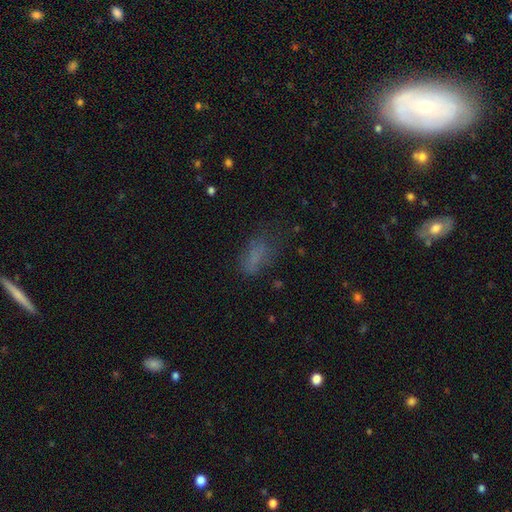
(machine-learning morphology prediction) A smooth galaxy with no disk features (66%) that is in between round and cigar-shaped (82%).

Vote fractions:
- Smooth or featured? smooth: 66% / star or artifact: 18% / featured or disk: 16%
- How rounded? in between: 82% / cigar-shaped: 12% / round: 6%
- Merging? none: 51% / minor disturbance: 24% / major disturbance: 22% / merger: 3%